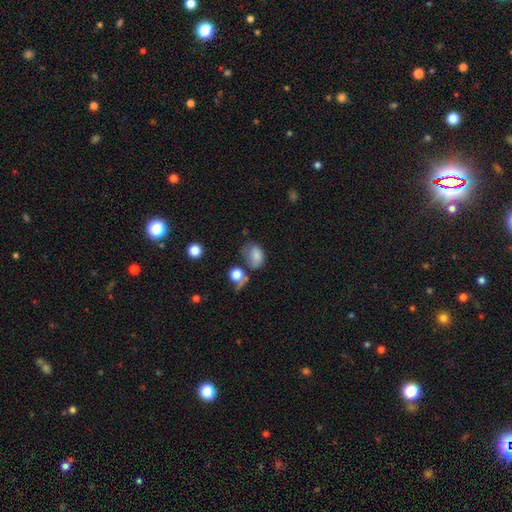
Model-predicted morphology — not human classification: type=smooth (77%); roundness=in between (78%); merging=none (36%).